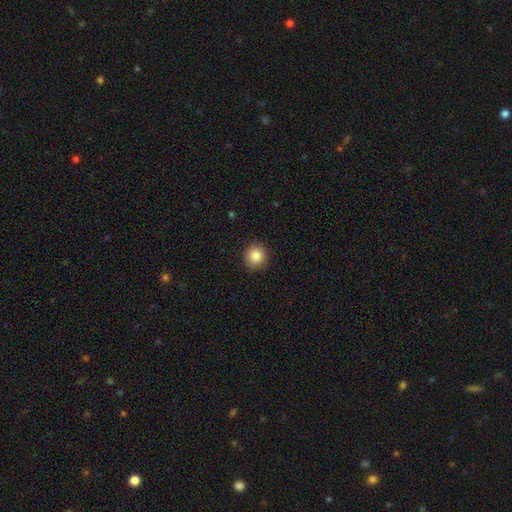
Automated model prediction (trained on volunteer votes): This appears to be a smooth galaxy with no disk features (85%) that is round (91%). Merging: none (91%).